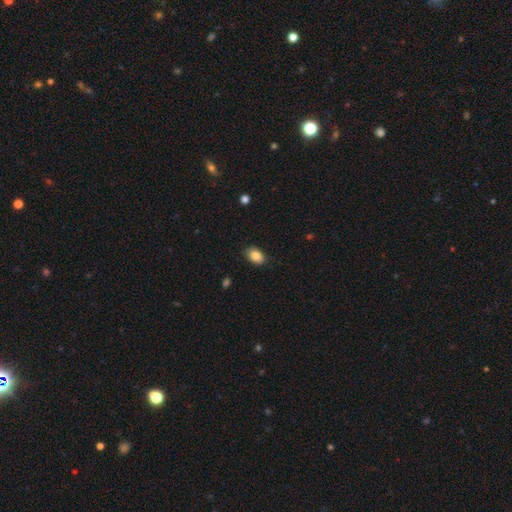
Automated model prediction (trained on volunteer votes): This is clearly a smooth galaxy (85%). How rounded: clearly in between (85%). Merging: clearly none (86%).